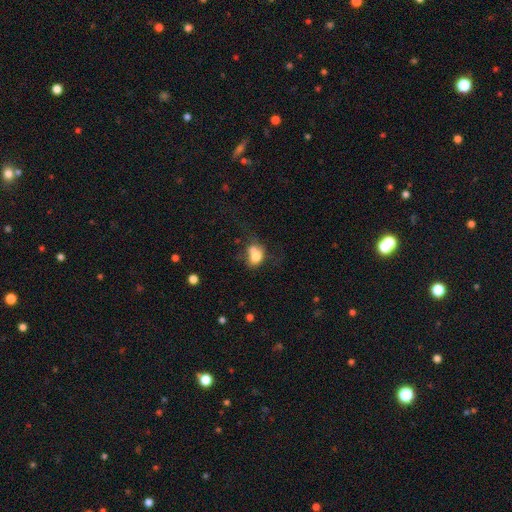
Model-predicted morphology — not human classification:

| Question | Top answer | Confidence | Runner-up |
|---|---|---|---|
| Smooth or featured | smooth | 70% | featured or disk (19%) |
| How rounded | in between | 58% | round (41%) |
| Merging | merger | 46% | none (28%) |